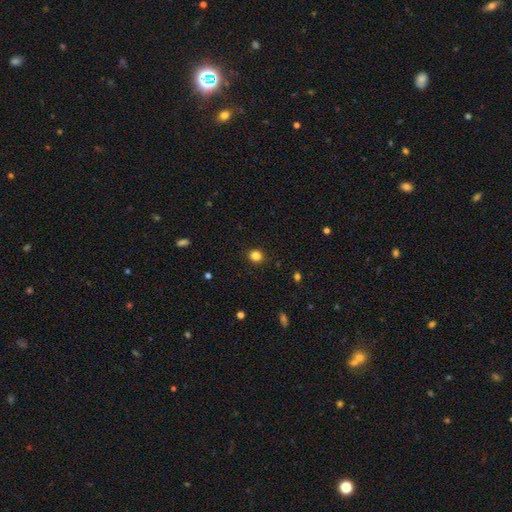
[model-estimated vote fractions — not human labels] Smooth or featured: smooth — 84% (star or artifact — 12%)
How rounded: round — 84% (in between — 15%)
Merging: none — 91% (minor disturbance — 6%)